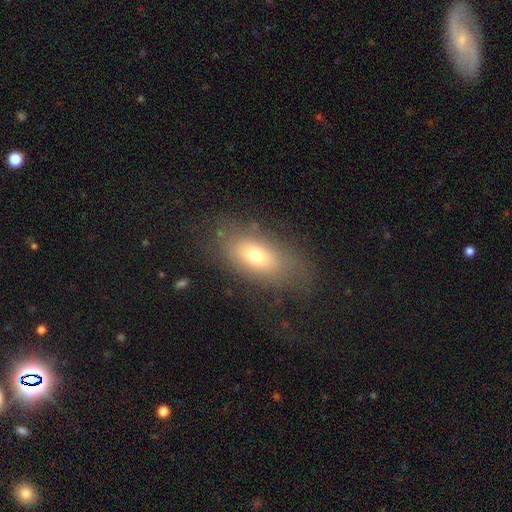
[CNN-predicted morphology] Q: Smooth or featured?
A: smooth (68%); runner-up: featured or disk (21%)
Q: How rounded?
A: in between (84%); runner-up: round (8%)
Q: Merging?
A: none (68%); runner-up: minor disturbance (18%)